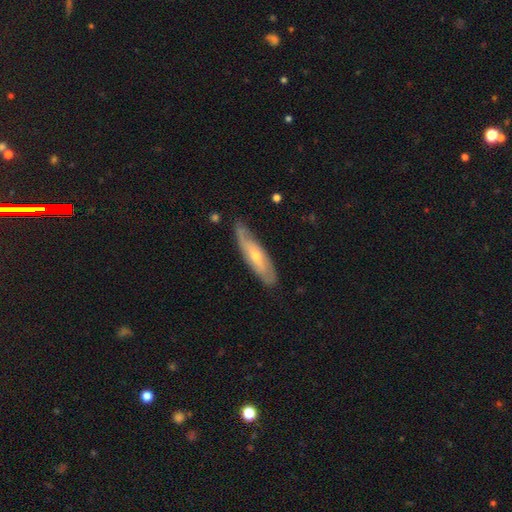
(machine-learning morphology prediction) This appears to be a featured or disk galaxy (64%). Merging: none (74%).